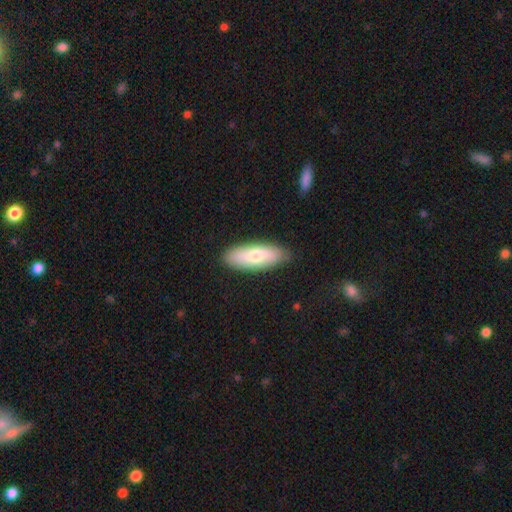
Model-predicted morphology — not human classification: smooth_or_featured: smooth (p=0.68) [alt: featured or disk p=0.27]
how_rounded: in between (p=0.69) [alt: cigar-shaped p=0.29]
merging: none (p=0.86) [alt: minor disturbance p=0.10]